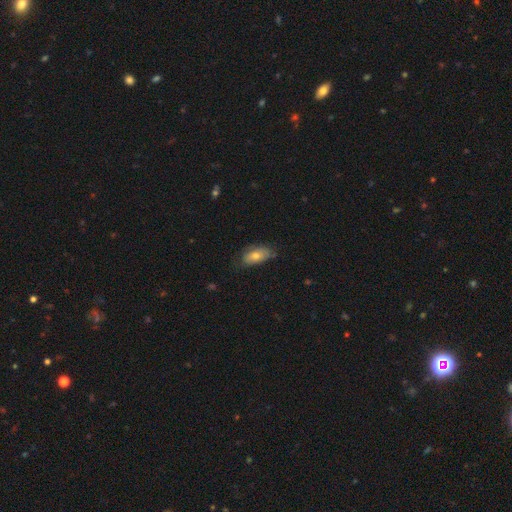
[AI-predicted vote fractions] Morphology: type=smooth (72%); roundness=in between (90%); merging=none (61%).